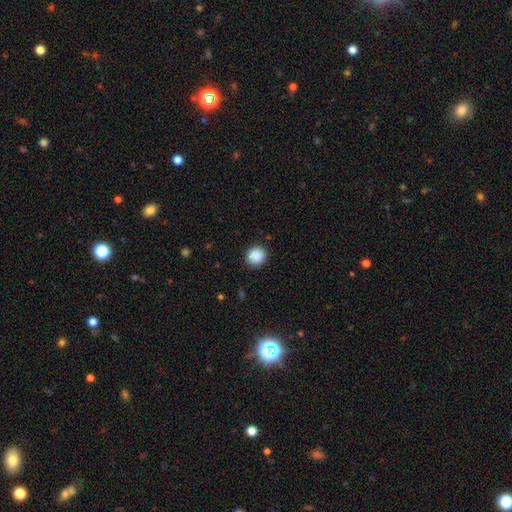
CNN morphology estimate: Smooth or featured: smooth — 89% (star or artifact — 9%)
How rounded: round — 92% (in between — 7%)
Merging: none — 91% (minor disturbance — 6%)